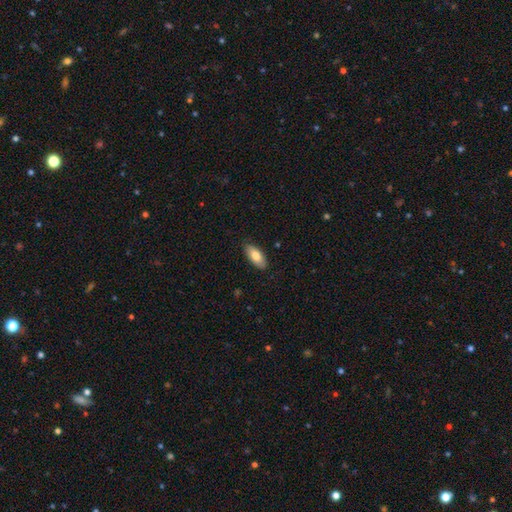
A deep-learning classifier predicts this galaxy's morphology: The model was most divided on "smooth or featured": smooth: 79%, featured or disk: 15%, star or artifact: 6%. More confident: how rounded — in between (87%); merging — none (85%).